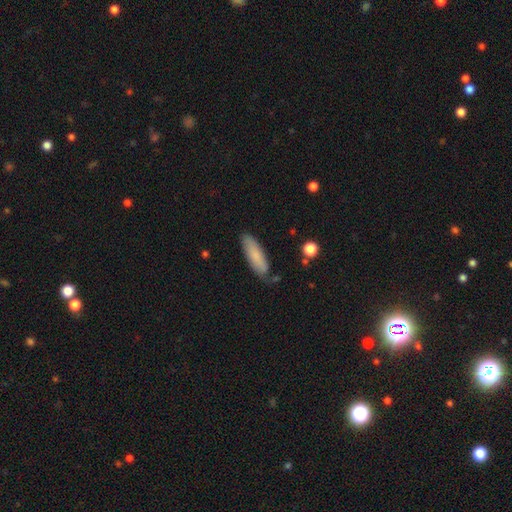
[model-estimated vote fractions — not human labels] A smooth galaxy with no disk features (80%) that is cigar-shaped (53%).

Vote fractions:
- Smooth or featured? smooth: 80% / featured or disk: 14% / star or artifact: 6%
- How rounded? cigar-shaped: 53% / in between: 45% / round: 1%
- Merging? none: 77% / minor disturbance: 18% / major disturbance: 3% / merger: 2%